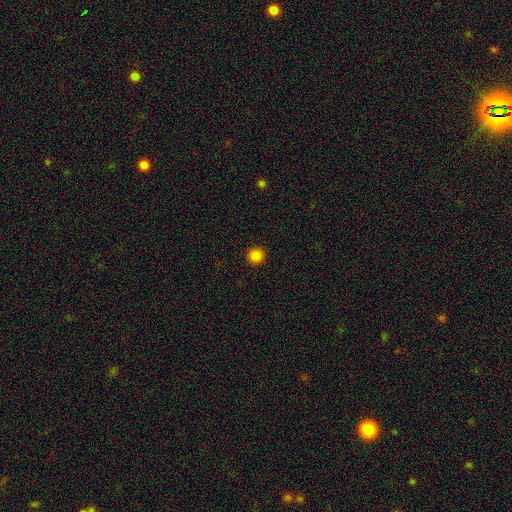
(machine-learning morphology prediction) Smooth or featured? Predicted: smooth (p=0.84). How rounded? Predicted: round (p=0.95). Merging? Predicted: none (p=0.93).